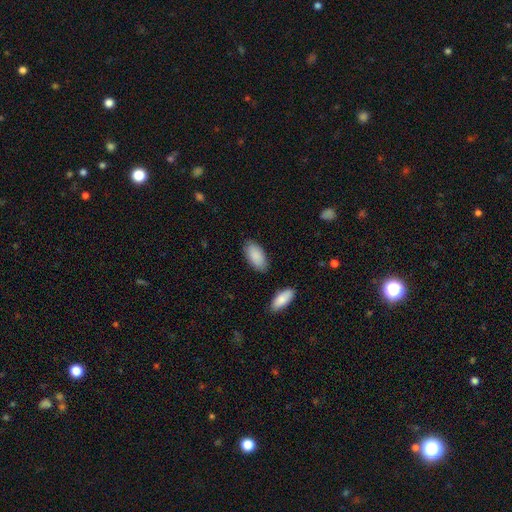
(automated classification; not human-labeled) Morphology: type=smooth (89%); roundness=in between (93%); merging=none (84%).